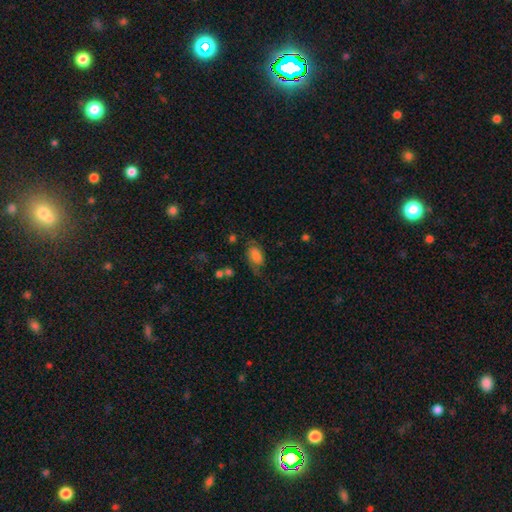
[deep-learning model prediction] Morphology: type=smooth (58%); roundness=in between (88%); merging=none (48%).